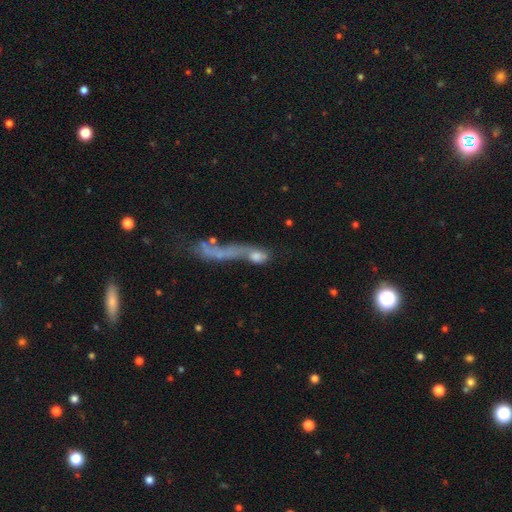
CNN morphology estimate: A smooth galaxy with no disk features (49%). Merging: merger (36%).